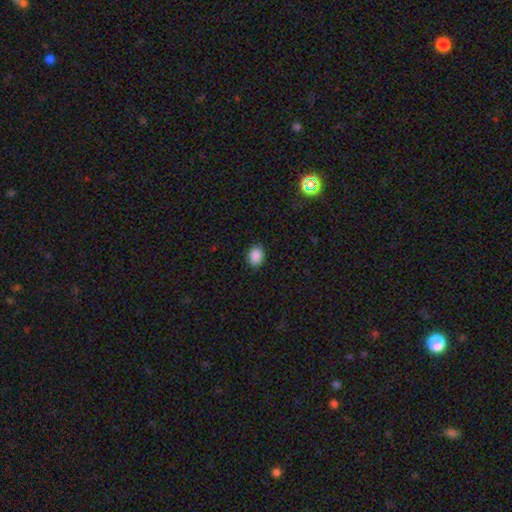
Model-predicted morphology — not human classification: smooth-or-featured: smooth: 89% | star or artifact: 9% | featured or disk: 3%
  how-rounded: in between: 64% | round: 35% | cigar-shaped: 1%
  merging: none: 88% | minor disturbance: 9% | major disturbance: 2% | merger: 1%